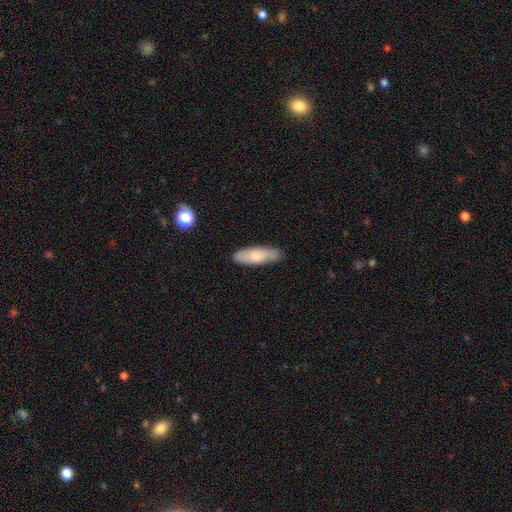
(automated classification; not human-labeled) Smooth or featured? Predicted: smooth (p=0.74). How rounded? Predicted: in between (p=0.49, tied with cigar-shaped). Merging? Predicted: none (p=0.82).